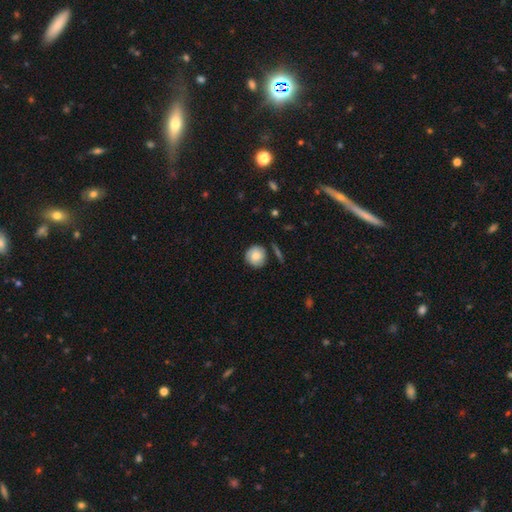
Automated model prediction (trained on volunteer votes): Smooth or featured?
  - smooth: 74% *
  - featured or disk: 19%
  - star or artifact: 7%
How rounded?
  - round: 90% *
  - in between: 9%
  - cigar-shaped: 1%
Merging?
  - none: 76% *
  - minor disturbance: 17%
  - major disturbance: 4%
  - merger: 3%